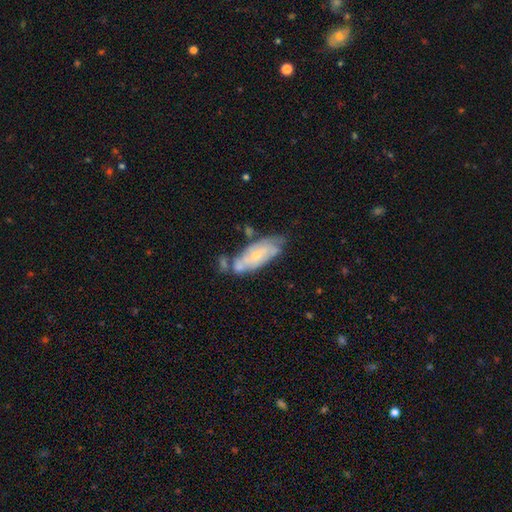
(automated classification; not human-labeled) A featured or disk galaxy (61%) with no bar (67%), spiral arms (70%) and a small central bulge (58%).

Vote fractions:
- Smooth or featured? featured or disk: 61% / smooth: 32% / star or artifact: 6%
- Edge-on disk? no: 86% / yes: 14%
- Bar? no: 67% / weak: 26% / strong: 7%
- Spiral arms? yes: 70% / no: 30%
- Bulge size? small: 58% / moderate: 38% / none: 2% / large: 1% / dominant: 1%
- Merging? none: 47% / minor disturbance: 24% / merger: 20% / major disturbance: 9%